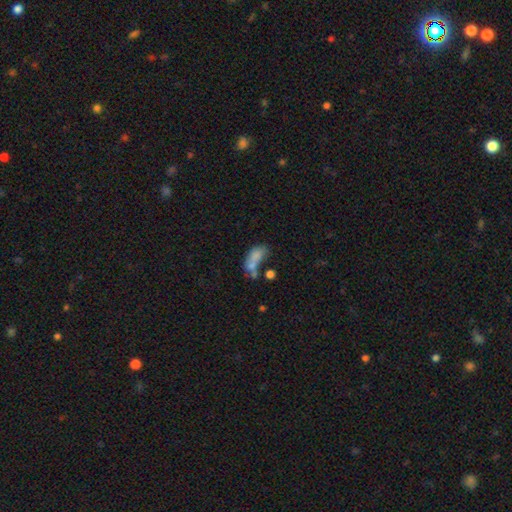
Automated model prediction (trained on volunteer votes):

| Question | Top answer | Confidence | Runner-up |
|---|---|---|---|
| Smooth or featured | smooth | 65% | featured or disk (22%) |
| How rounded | in between | 83% | cigar-shaped (10%) |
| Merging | merger | 41% | none (24%) |